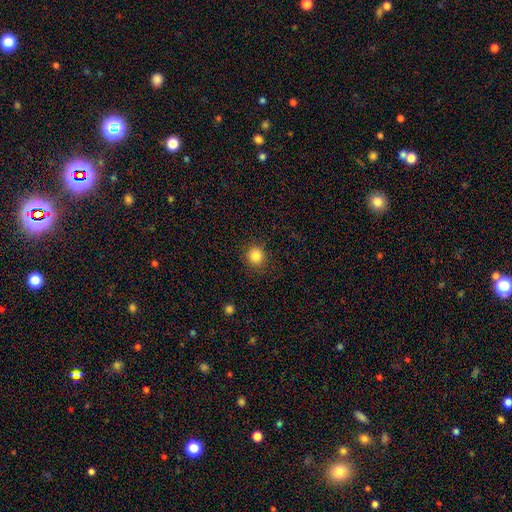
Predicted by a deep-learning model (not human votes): This is clearly a smooth galaxy (85%). How rounded: clearly round (89%). Merging: clearly none (89%).